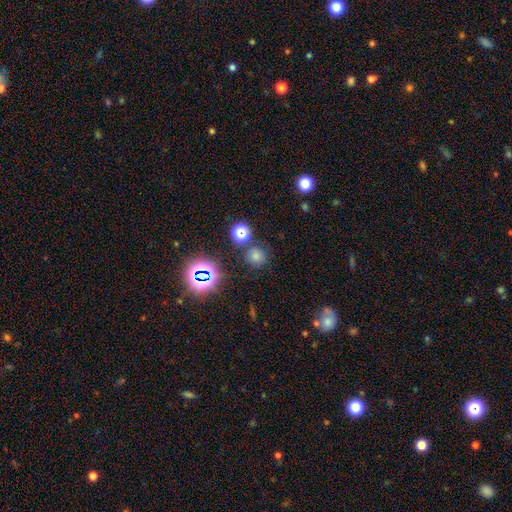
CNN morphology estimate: Smooth or featured?
  - smooth: 67% *
  - star or artifact: 26%
  - featured or disk: 7%
How rounded?
  - round: 91% *
  - in between: 8%
  - cigar-shaped: 1%
Merging?
  - none: 80% *
  - minor disturbance: 9%
  - merger: 7%
  - major disturbance: 4%